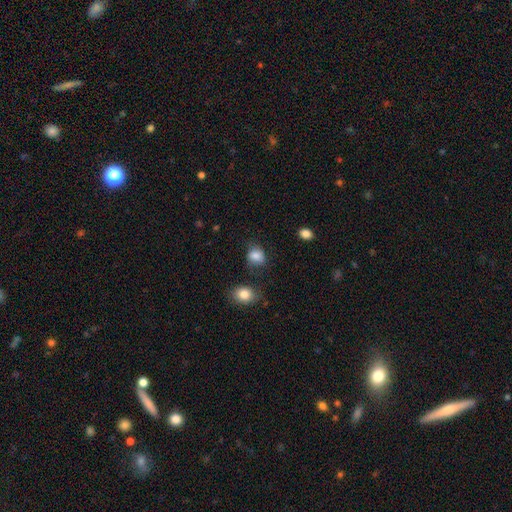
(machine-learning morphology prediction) smooth-or-featured: smooth: 84% | star or artifact: 9% | featured or disk: 7%
  how-rounded: round: 57% | in between: 42% | cigar-shaped: 1%
  merging: none: 66% | minor disturbance: 23% | major disturbance: 7% | merger: 4%